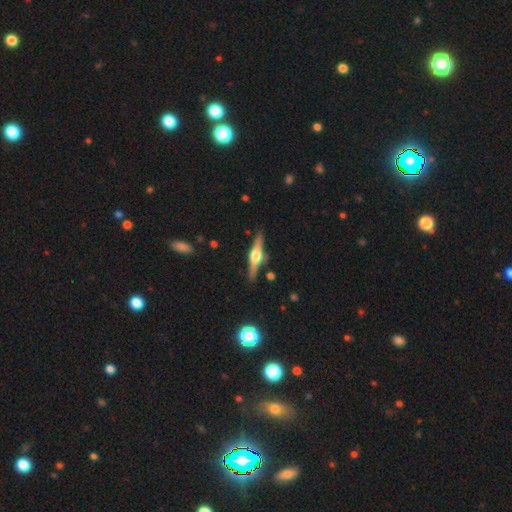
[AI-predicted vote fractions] Morphology: type=featured or disk (78%); edge-on=yes (98%); edge-on bulge=rounded (92%); merging=none (86%).